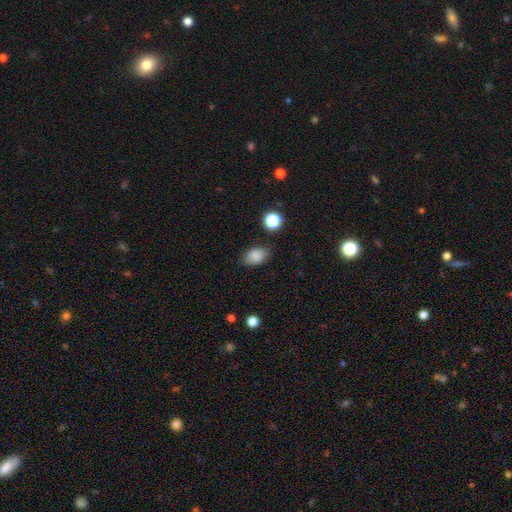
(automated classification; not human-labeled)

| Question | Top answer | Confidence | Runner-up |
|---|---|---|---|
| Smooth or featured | smooth | 84% | star or artifact (10%) |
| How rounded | in between | 85% | round (14%) |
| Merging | none | 78% | minor disturbance (16%) |